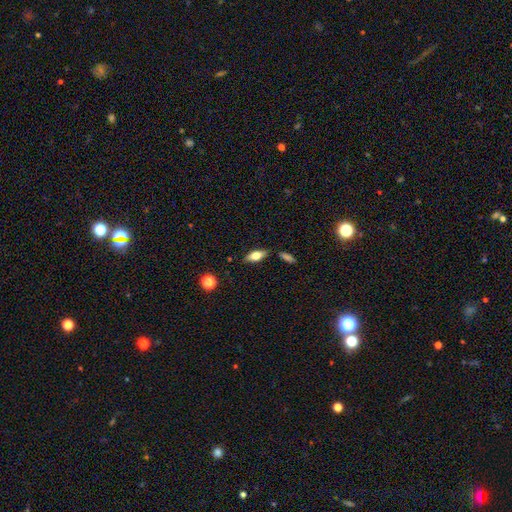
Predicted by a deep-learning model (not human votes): Morphology: type=smooth (63%); roundness=in between (73%); merging=none (81%).